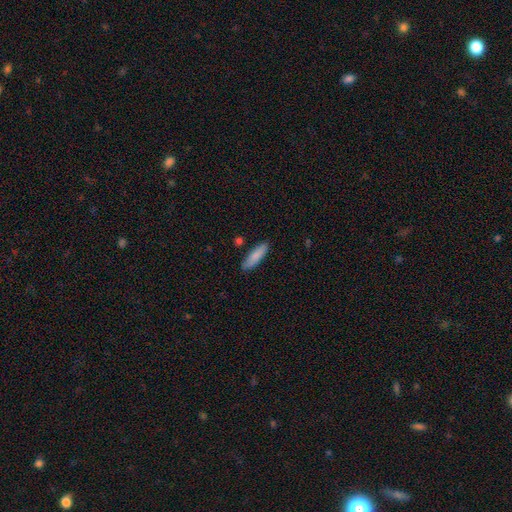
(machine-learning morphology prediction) Smooth or featured: smooth — 84% (featured or disk — 10%)
How rounded: cigar-shaped — 61% (in between — 37%)
Merging: none — 84% (minor disturbance — 12%)